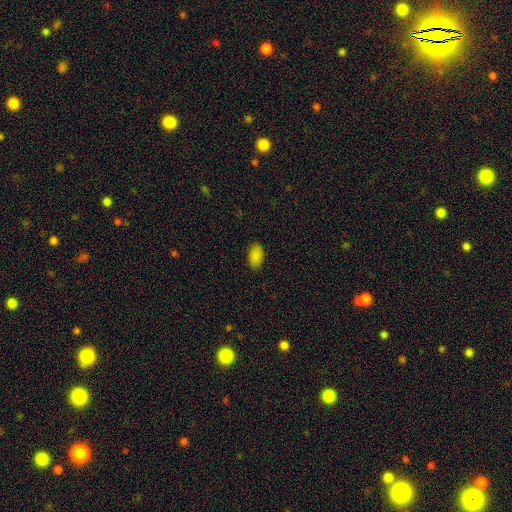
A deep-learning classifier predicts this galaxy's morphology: smooth 87%, star or artifact 9%, featured or disk 4%. Down the decision tree: how rounded — in between (93%); merging — none (87%).